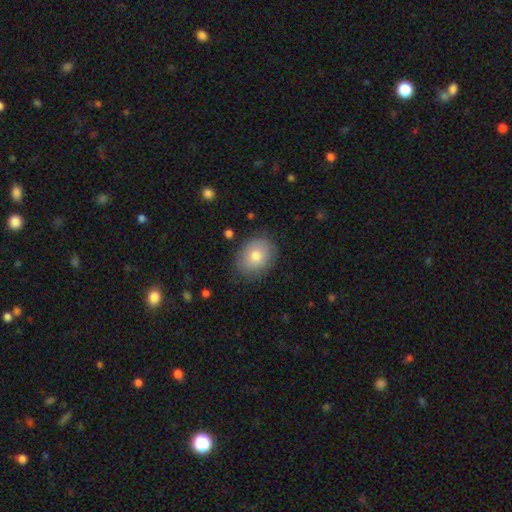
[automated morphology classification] type=smooth (75%); roundness=in between (51%); merging=none (79%).